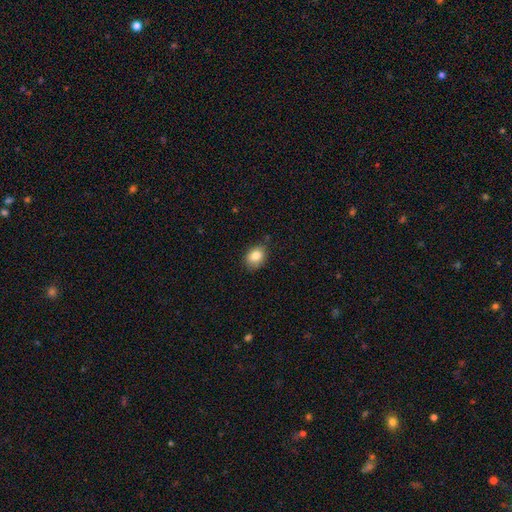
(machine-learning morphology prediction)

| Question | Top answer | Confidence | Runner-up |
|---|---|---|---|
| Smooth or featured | smooth | 82% | star or artifact (9%) |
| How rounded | in between | 61% | round (38%) |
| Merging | none | 78% | minor disturbance (18%) |